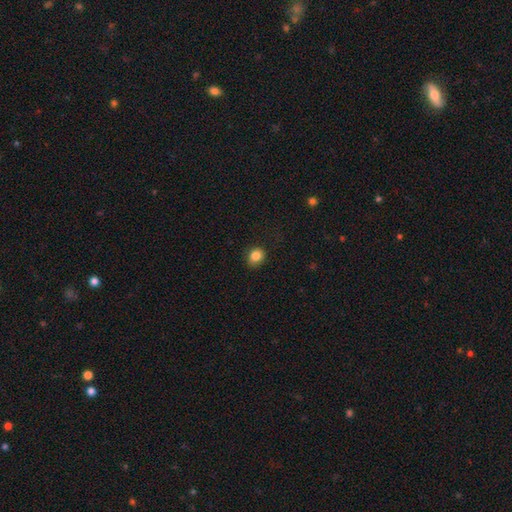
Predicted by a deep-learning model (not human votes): A smooth galaxy with no disk features (85%) that is round (69%).

Vote fractions:
- Smooth or featured? smooth: 85% / star or artifact: 11% / featured or disk: 5%
- How rounded? round: 69% / in between: 30% / cigar-shaped: 1%
- Merging? none: 83% / minor disturbance: 13% / major disturbance: 3% / merger: 1%